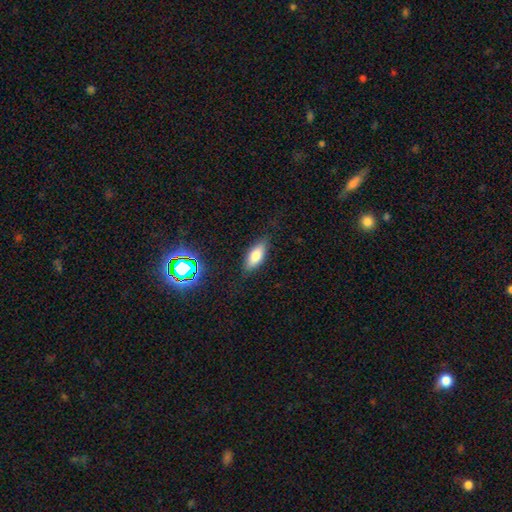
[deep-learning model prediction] A smooth galaxy with no disk features (74%) that is in between round and cigar-shaped (76%). Merging: none (83%).